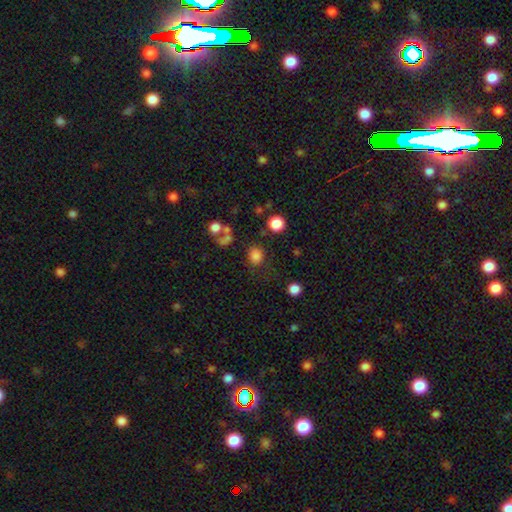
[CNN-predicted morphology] Smooth or featured?
  - smooth: 80% *
  - star or artifact: 14%
  - featured or disk: 5%
How rounded?
  - round: 73% *
  - in between: 26%
  - cigar-shaped: 1%
Merging?
  - none: 76% *
  - minor disturbance: 12%
  - major disturbance: 6%
  - merger: 5%